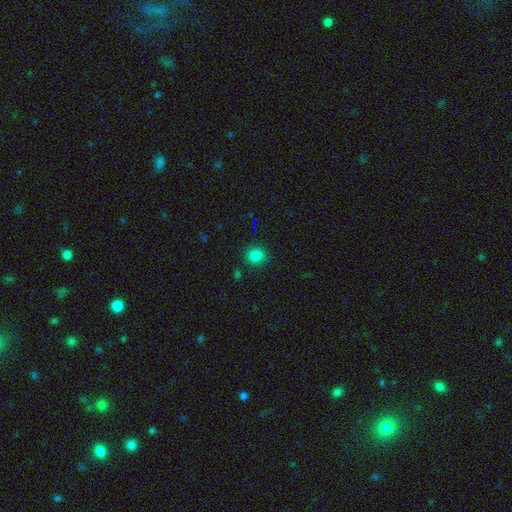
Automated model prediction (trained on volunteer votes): This is clearly a smooth galaxy (81%). How rounded: clearly round (84%). Merging: clearly none (88%).